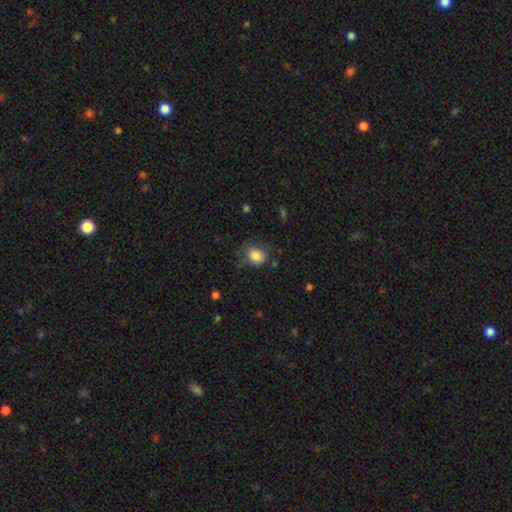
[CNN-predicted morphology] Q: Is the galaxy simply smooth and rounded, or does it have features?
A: smooth — 84%.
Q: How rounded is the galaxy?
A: round — 57%.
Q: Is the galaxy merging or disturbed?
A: none — 59%.